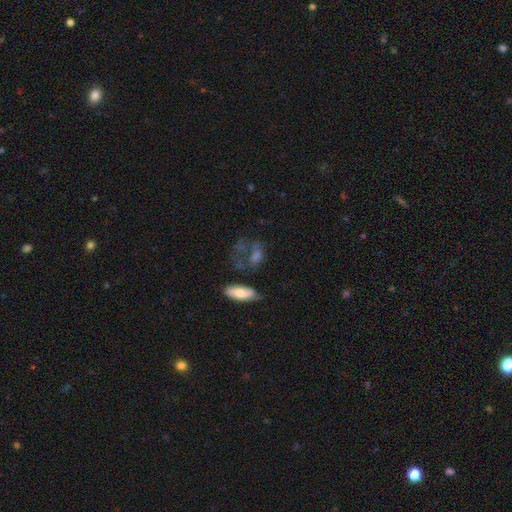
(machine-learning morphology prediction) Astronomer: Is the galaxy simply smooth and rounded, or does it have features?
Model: smooth — 47% (runner-up: featured or disk, 37%).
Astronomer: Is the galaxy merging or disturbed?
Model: none — 40% (runner-up: major disturbance, 26%).